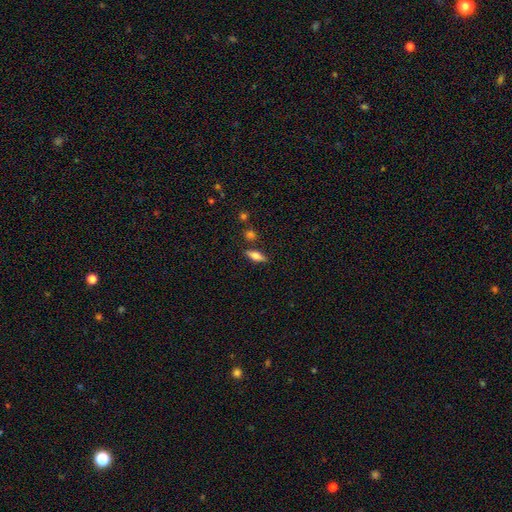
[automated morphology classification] A smooth galaxy with no disk features (64%) that is in between round and cigar-shaped (57%). Merging: none (81%).